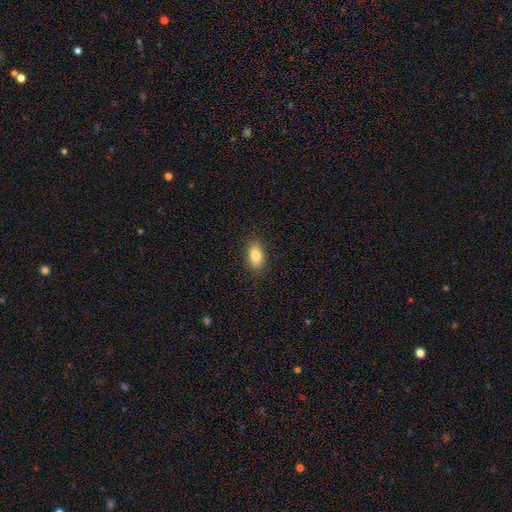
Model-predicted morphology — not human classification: A smooth galaxy with no disk features (83%) that is in between round and cigar-shaped (89%). Merging: none (87%).